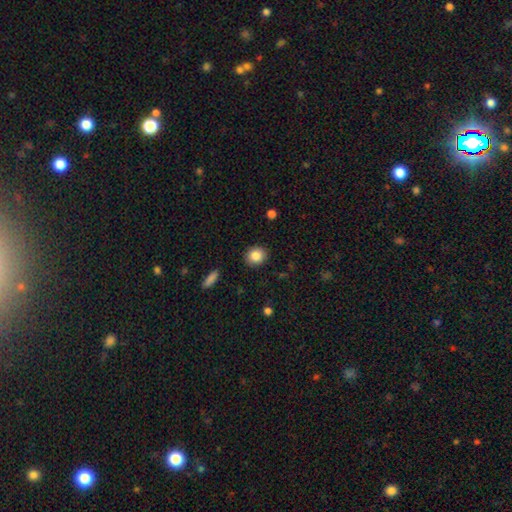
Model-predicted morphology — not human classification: Smooth or featured?
  - smooth: 85% *
  - star or artifact: 9%
  - featured or disk: 6%
How rounded?
  - round: 76% *
  - in between: 23%
  - cigar-shaped: 1%
Merging?
  - none: 90% *
  - minor disturbance: 7%
  - major disturbance: 2%
  - merger: 1%